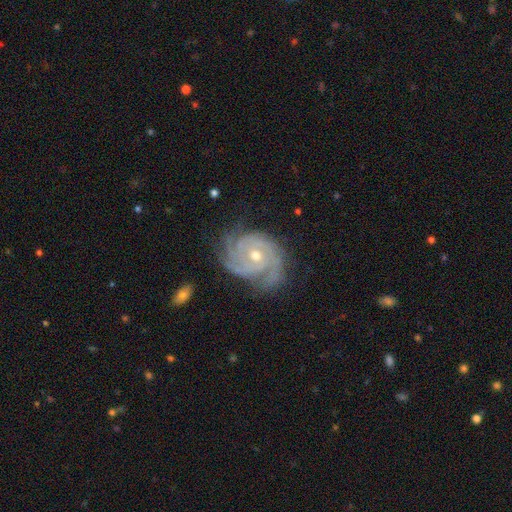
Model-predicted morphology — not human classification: This appears to be a featured or disk galaxy (90%) with no bar (73%), 3 (38%) tight (71%) spiral arms (98%) and a moderate central bulge (53%). Merging: none (71%).